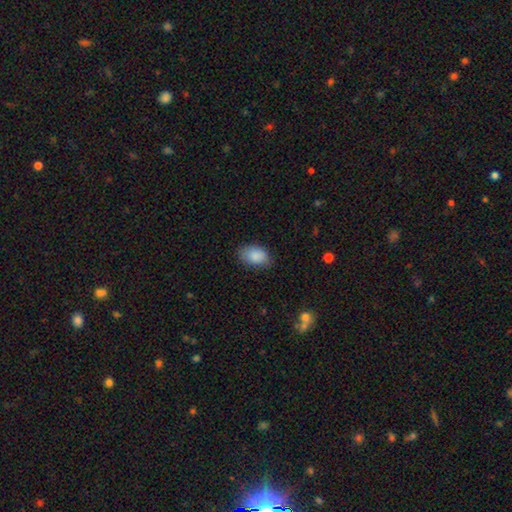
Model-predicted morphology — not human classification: Smooth or featured: smooth — 89% (star or artifact — 7%)
How rounded: in between — 89% (round — 10%)
Merging: none — 78% (minor disturbance — 17%)